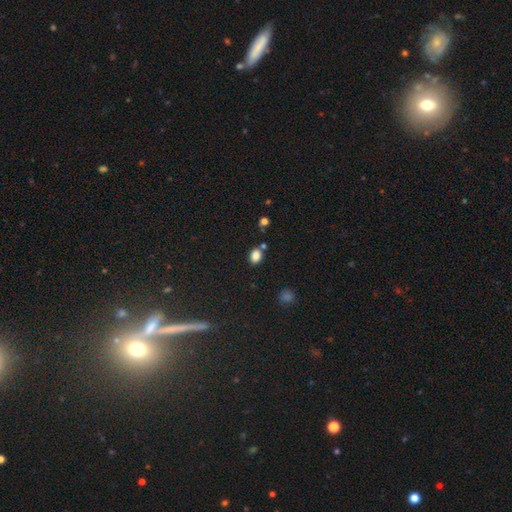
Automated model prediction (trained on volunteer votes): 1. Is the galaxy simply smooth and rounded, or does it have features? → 83% smooth, 12% star or artifact, 5% featured or disk.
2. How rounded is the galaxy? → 73% in between, 26% round, 1% cigar-shaped.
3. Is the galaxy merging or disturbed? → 73% none, 13% minor disturbance, 11% merger, 3% major disturbance.